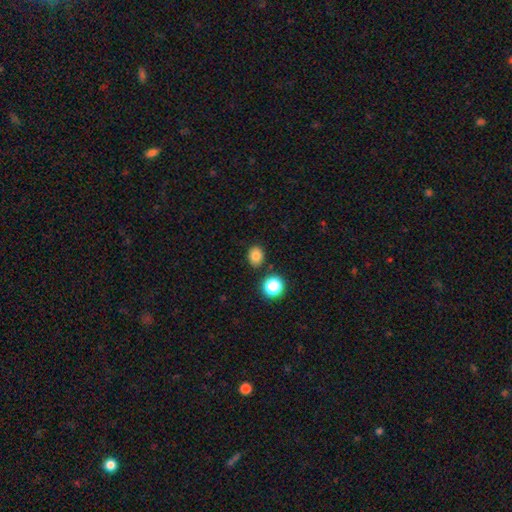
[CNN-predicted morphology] smooth_or_featured: smooth (p=0.80) [alt: star or artifact p=0.14]
how_rounded: round (p=0.59) [alt: in between p=0.40]
merging: none (p=0.85) [alt: minor disturbance p=0.08]